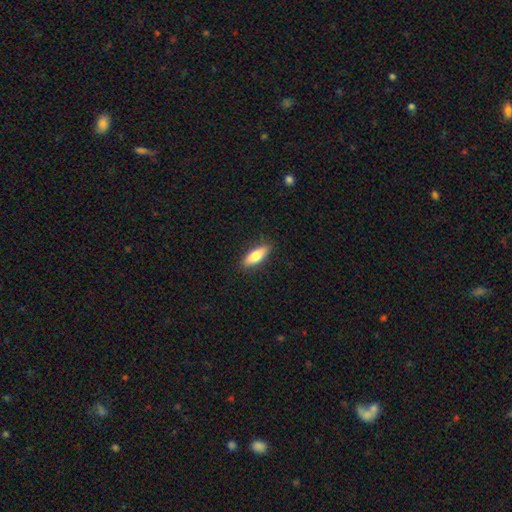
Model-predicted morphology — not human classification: This is likely a smooth galaxy (79%). How rounded: likely in between (62%). Merging: clearly none (87%).